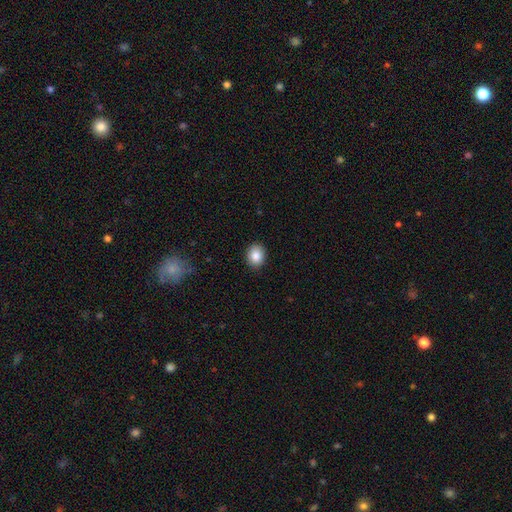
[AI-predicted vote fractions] This is clearly a smooth galaxy (86%). How rounded: possibly round (55%). Merging: clearly none (89%).